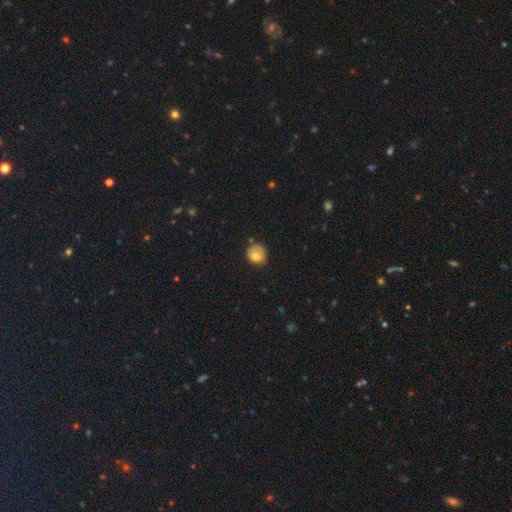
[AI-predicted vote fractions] Smooth or featured? smooth (71%)
How rounded? round (81%)
Merging? none (62%)